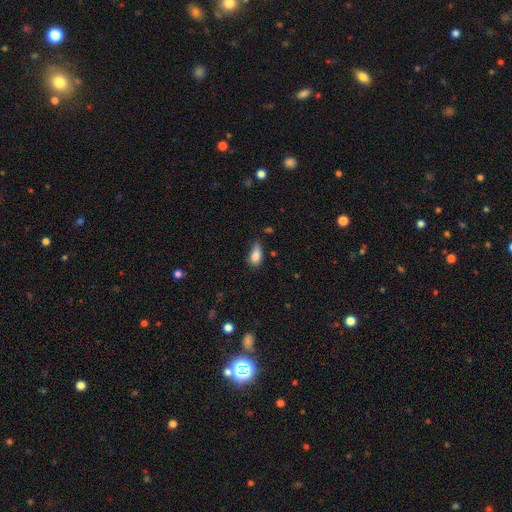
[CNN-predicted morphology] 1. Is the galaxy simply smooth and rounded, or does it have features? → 84% smooth, 9% star or artifact, 7% featured or disk.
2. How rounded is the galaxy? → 88% in between, 6% cigar-shaped, 5% round.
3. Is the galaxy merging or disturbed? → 49% none, 39% minor disturbance, 9% major disturbance, 3% merger.